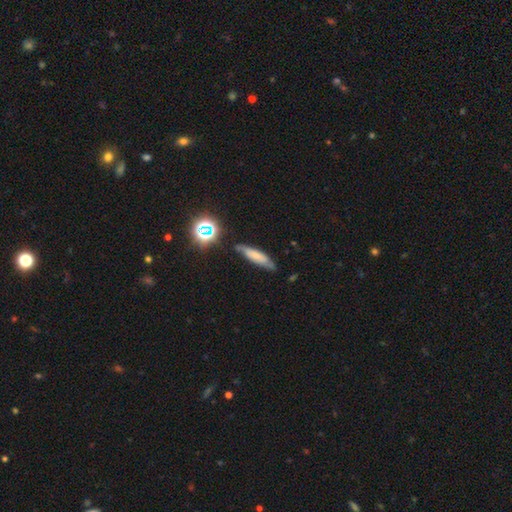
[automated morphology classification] smooth-or-featured: smooth: 62% | featured or disk: 25% | star or artifact: 13%
  how-rounded: cigar-shaped: 75% | in between: 22% | round: 3%
  merging: none: 73% | minor disturbance: 19% | major disturbance: 5% | merger: 4%